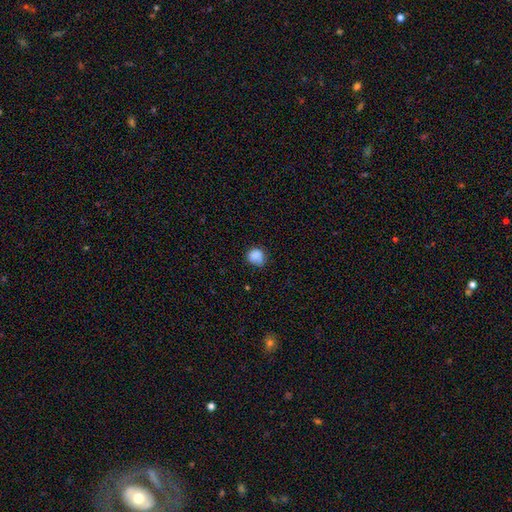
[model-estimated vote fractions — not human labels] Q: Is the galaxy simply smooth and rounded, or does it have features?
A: smooth — 84%.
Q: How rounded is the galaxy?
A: round — 82%.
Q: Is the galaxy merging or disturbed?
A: none — 66%.